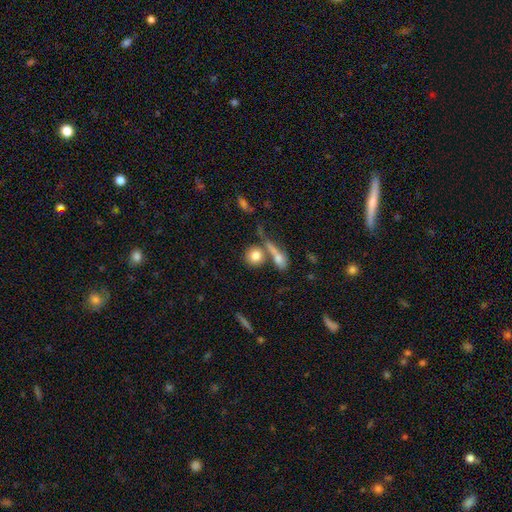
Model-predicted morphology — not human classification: smooth_or_featured: smooth (p=0.78) [alt: featured or disk p=0.13]
how_rounded: round (p=0.77) [alt: in between p=0.19]
merging: none (p=0.55) [alt: merger p=0.29]